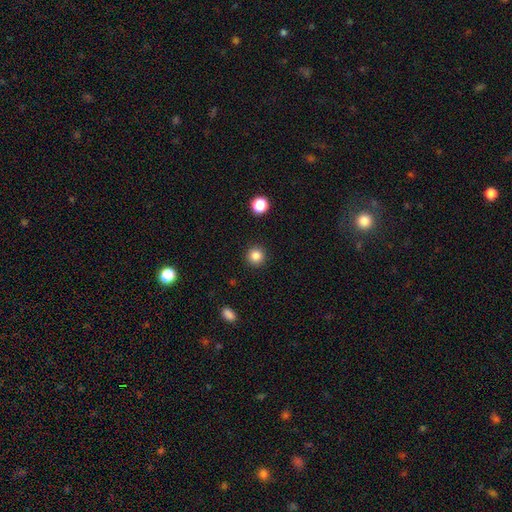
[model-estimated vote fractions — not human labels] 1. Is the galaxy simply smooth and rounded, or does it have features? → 84% smooth, 12% star or artifact, 4% featured or disk.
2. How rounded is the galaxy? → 95% round, 4% in between, 1% cigar-shaped.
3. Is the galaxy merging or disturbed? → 92% none, 5% minor disturbance, 2% major disturbance, 1% merger.